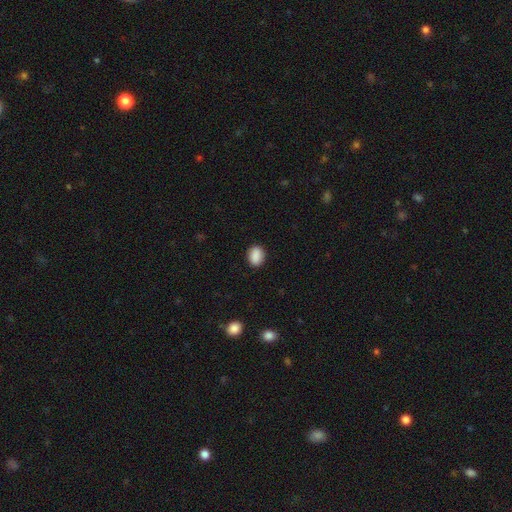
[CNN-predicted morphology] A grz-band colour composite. It shows a smooth galaxy with no disk features (89%) that is in between round and cigar-shaped (65%). Merging: none (88%).